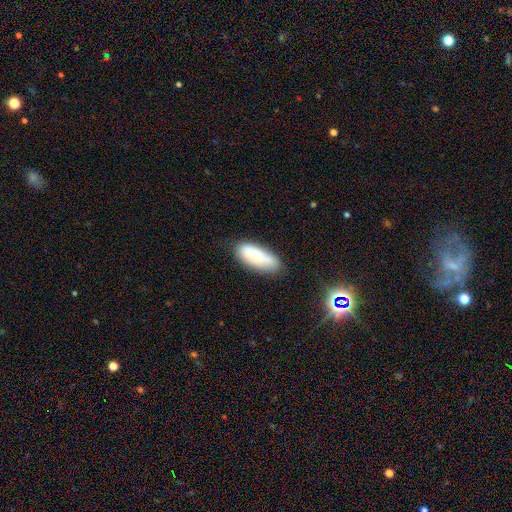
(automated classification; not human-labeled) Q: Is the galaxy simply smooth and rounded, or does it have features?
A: smooth — 67%.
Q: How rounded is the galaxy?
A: in between — 79%.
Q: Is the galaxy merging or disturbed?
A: none — 75%.